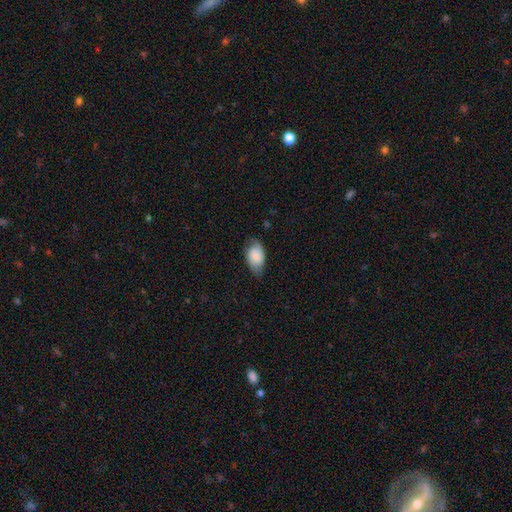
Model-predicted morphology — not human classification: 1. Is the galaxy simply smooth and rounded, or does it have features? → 77% smooth, 16% featured or disk, 7% star or artifact.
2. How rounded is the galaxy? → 91% in between, 8% round, 2% cigar-shaped.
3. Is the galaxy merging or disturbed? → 62% none, 29% minor disturbance, 8% major disturbance, 1% merger.